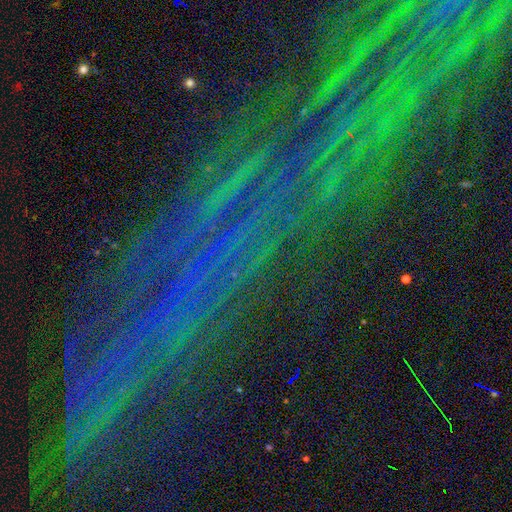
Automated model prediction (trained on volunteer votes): star or artifact 78%, featured or disk 12%, smooth 9%.